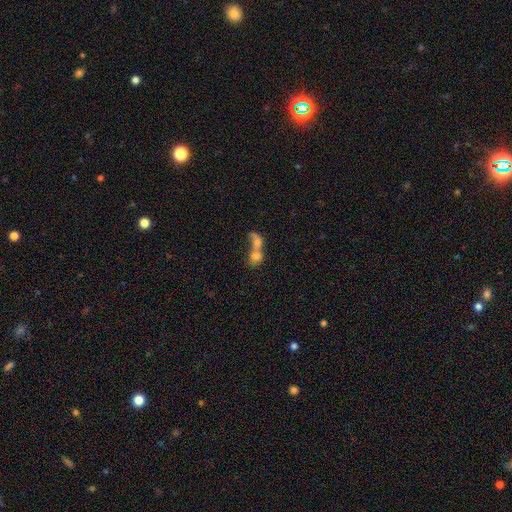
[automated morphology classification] This is likely a smooth galaxy (67%). How rounded: possibly round (49%). Merging: likely merger (78%).